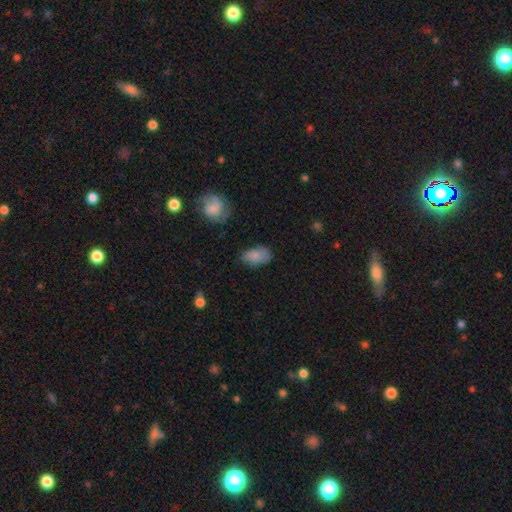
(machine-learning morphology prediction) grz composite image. It shows a smooth galaxy with no disk features (83%) that is in between round and cigar-shaped (91%). Merging: none (66%).